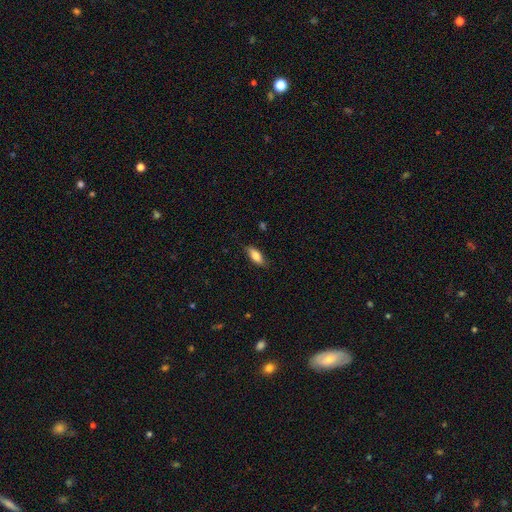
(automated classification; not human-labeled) Smooth or featured: smooth — 81% (featured or disk — 13%)
How rounded: in between — 77% (cigar-shaped — 21%)
Merging: none — 79% (minor disturbance — 17%)